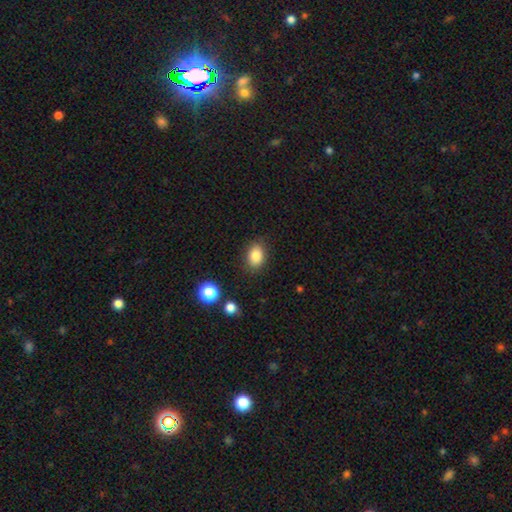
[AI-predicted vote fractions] smooth-or-featured: smooth: 83% | star or artifact: 10% | featured or disk: 7%
  how-rounded: in between: 74% | round: 25% | cigar-shaped: 1%
  merging: none: 84% | minor disturbance: 11% | major disturbance: 3% | merger: 2%